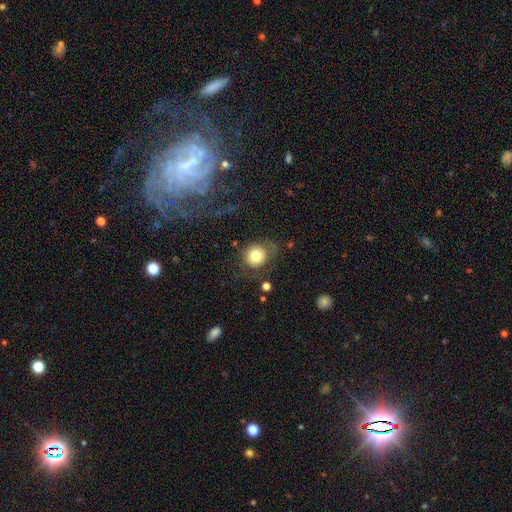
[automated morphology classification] smooth_or_featured: smooth (p=0.73) [alt: featured or disk p=0.17]
how_rounded: round (p=0.84) [alt: in between p=0.15]
merging: none (p=0.67) [alt: minor disturbance p=0.18]